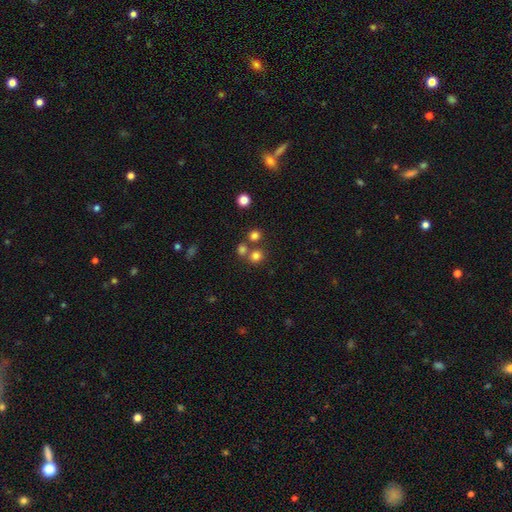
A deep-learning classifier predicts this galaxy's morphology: A smooth galaxy with no disk features (75%) that is round (89%).

Vote fractions:
- Smooth or featured? smooth: 75% / star or artifact: 18% / featured or disk: 7%
- How rounded? round: 89% / in between: 10% / cigar-shaped: 1%
- Merging? none: 63% / merger: 27% / minor disturbance: 7% / major disturbance: 3%